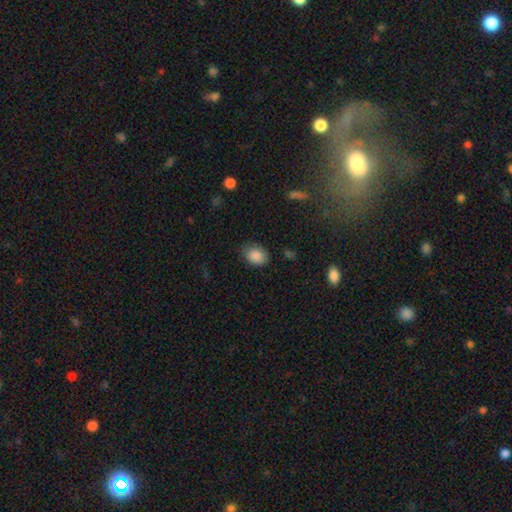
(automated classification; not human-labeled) Q: Smooth or featured?
A: smooth (86%); runner-up: star or artifact (9%)
Q: How rounded?
A: in between (58%); runner-up: round (41%)
Q: Merging?
A: none (72%); runner-up: minor disturbance (22%)